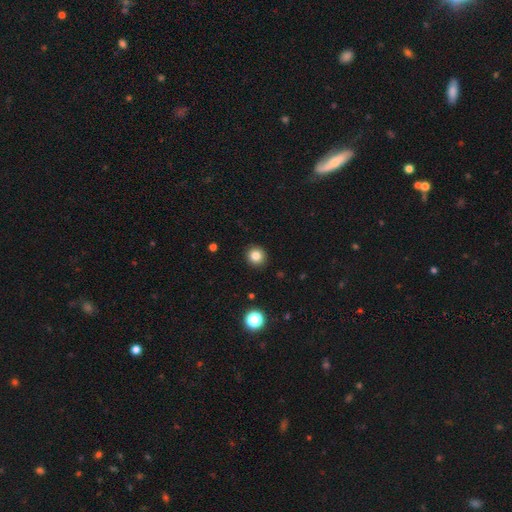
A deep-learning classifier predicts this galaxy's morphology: This is clearly a smooth galaxy (83%). How rounded: clearly round (93%). Merging: clearly none (93%).